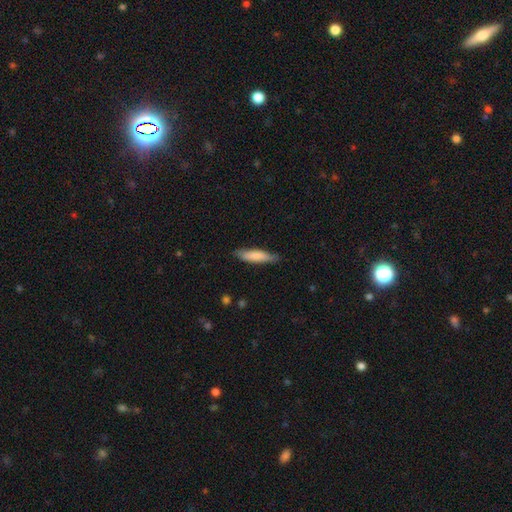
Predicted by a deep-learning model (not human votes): Overall: smooth (77%). How rounded: cigar-shaped (78%). Merging: none (79%).